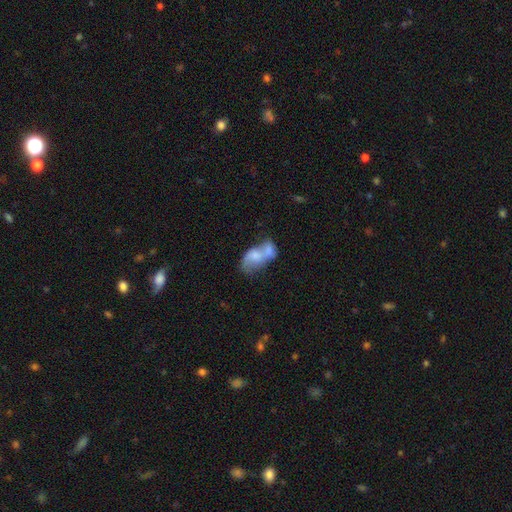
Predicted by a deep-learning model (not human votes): Smooth or featured? smooth (50%)
Merging? merger (67%)